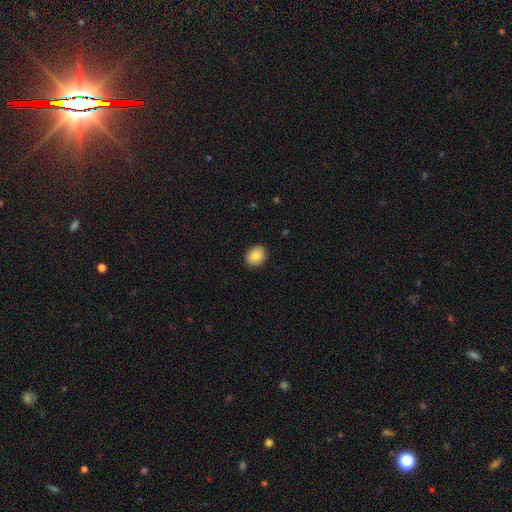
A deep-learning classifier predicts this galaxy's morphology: type=smooth (84%); roundness=round (62%); merging=none (90%).